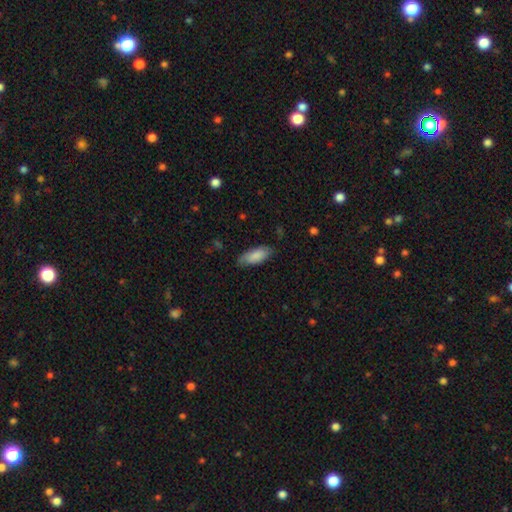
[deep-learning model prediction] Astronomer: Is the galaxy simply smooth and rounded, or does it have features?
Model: smooth — 86%.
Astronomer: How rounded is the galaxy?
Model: in between — 81%.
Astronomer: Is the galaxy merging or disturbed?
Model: none — 77%.